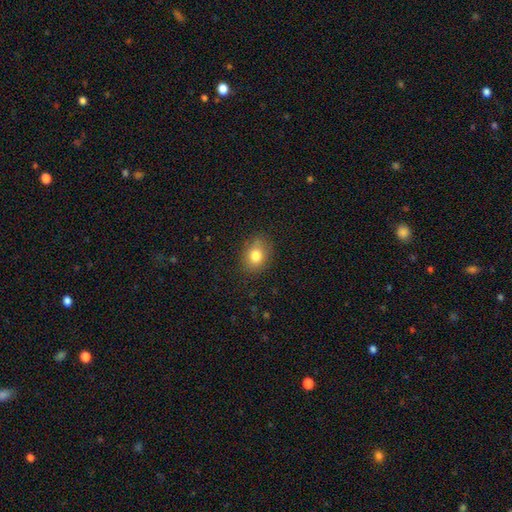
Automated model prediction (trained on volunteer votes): The model was most divided on "how rounded": in between: 54%, round: 45%, cigar-shaped: 1%. More confident: merging — none (82%); smooth or featured — smooth (81%).